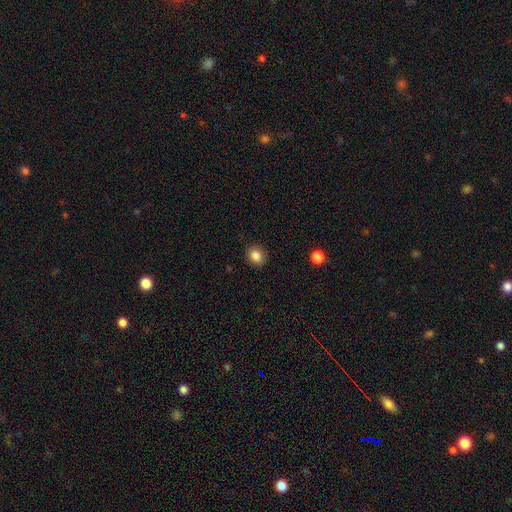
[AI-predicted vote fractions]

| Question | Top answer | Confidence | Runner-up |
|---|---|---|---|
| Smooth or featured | smooth | 85% | star or artifact (10%) |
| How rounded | round | 70% | in between (29%) |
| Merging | none | 90% | minor disturbance (7%) |